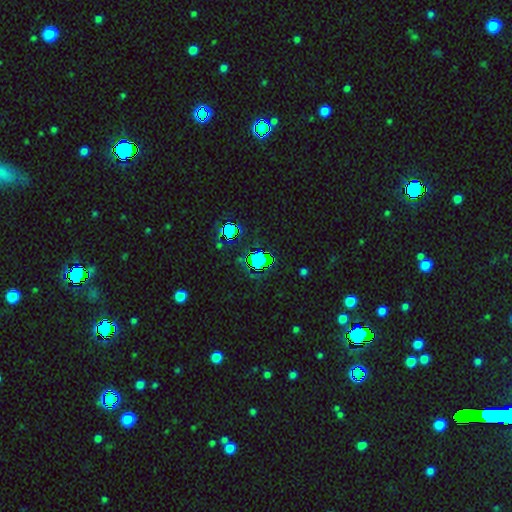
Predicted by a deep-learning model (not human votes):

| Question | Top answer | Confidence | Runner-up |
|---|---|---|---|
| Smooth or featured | star or artifact | 73% | smooth (18%) |